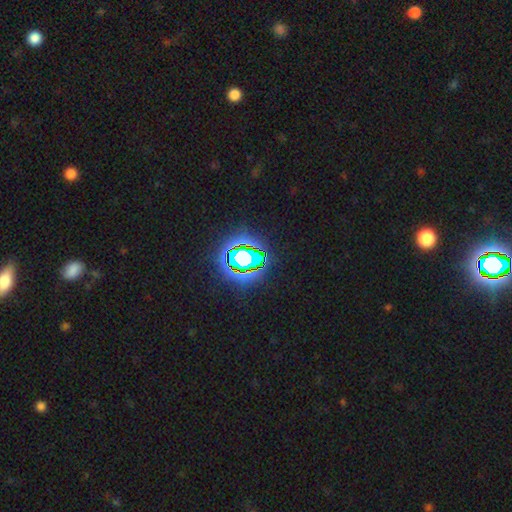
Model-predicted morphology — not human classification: smooth-or-featured: star or artifact: 82% | smooth: 12% | featured or disk: 7%